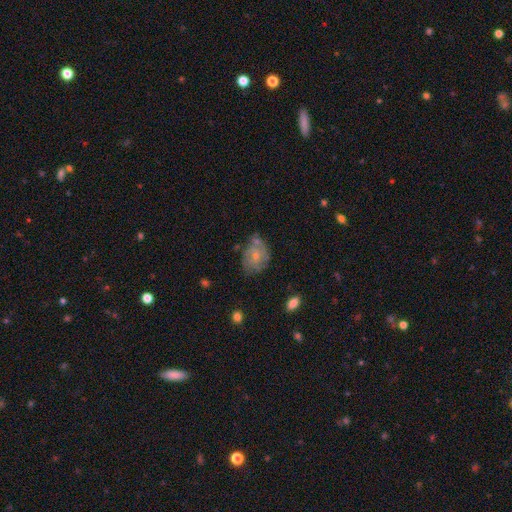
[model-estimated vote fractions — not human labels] Overall: featured or disk (57%; smooth 35%). Edge-on disk: no (97%). Bar: no (79%). Spiral arms: yes (69%; no 31%). Bulge size: small (62%; moderate 34%). Merging: none (52%; minor disturbance 28%).